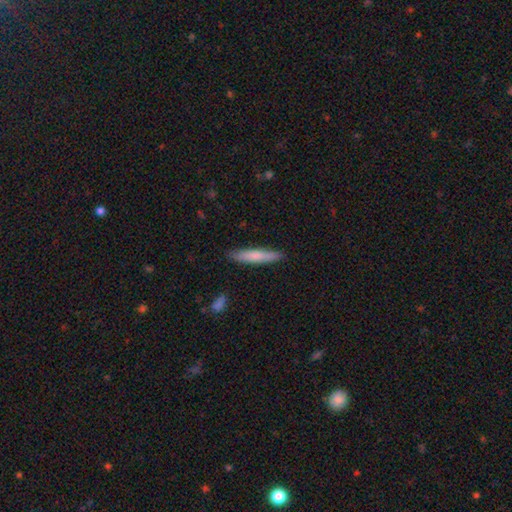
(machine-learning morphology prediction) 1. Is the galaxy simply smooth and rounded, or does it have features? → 75% smooth, 19% featured or disk, 5% star or artifact.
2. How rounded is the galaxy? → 91% cigar-shaped, 7% in between, 1% round.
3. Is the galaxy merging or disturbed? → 88% none, 9% minor disturbance, 2% major disturbance, 1% merger.